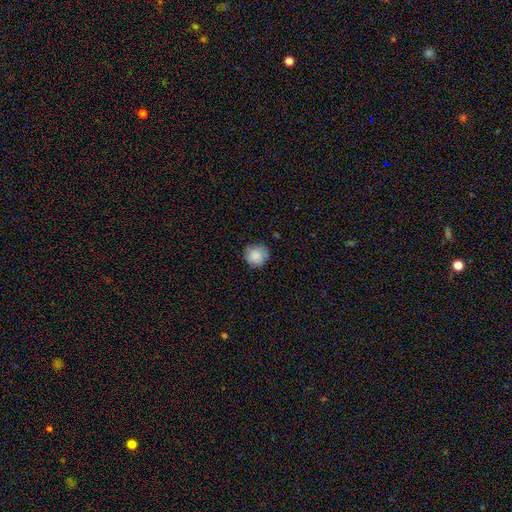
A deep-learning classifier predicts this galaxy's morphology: This is clearly a smooth galaxy (85%). How rounded: clearly round (91%). Merging: clearly none (80%).